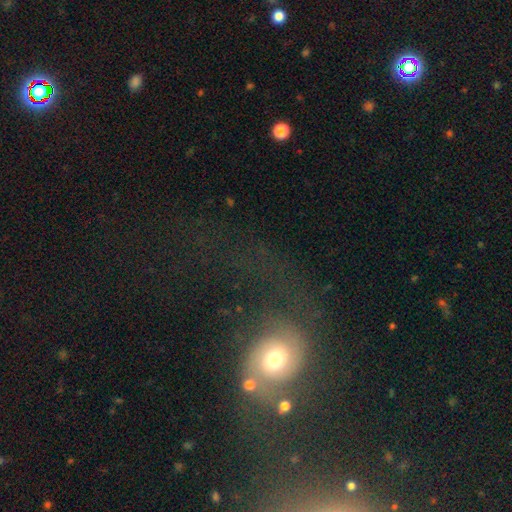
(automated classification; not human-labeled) Smooth or featured? Predicted: featured or disk (p=0.47). Merging? Predicted: none (p=0.41).